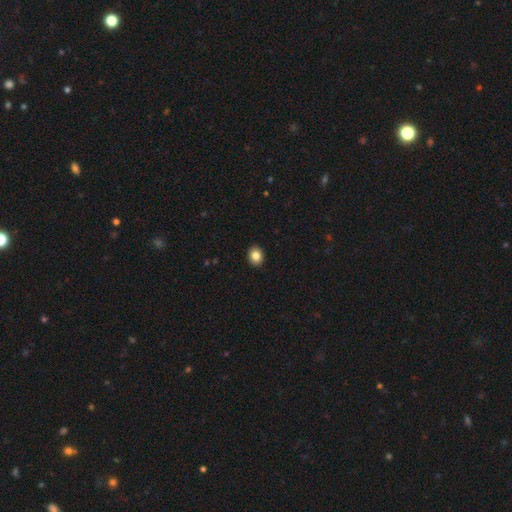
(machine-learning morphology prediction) Overall: smooth (84%). How rounded: round (58%; in between 41%). Merging: none (92%).